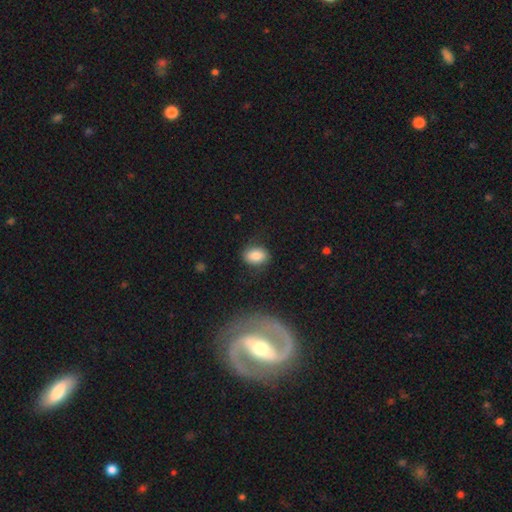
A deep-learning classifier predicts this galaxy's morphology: Smooth or featured?
  - smooth: 83% *
  - featured or disk: 9%
  - star or artifact: 8%
How rounded?
  - in between: 74% *
  - round: 25%
  - cigar-shaped: 1%
Merging?
  - none: 76% *
  - minor disturbance: 17%
  - major disturbance: 5%
  - merger: 2%